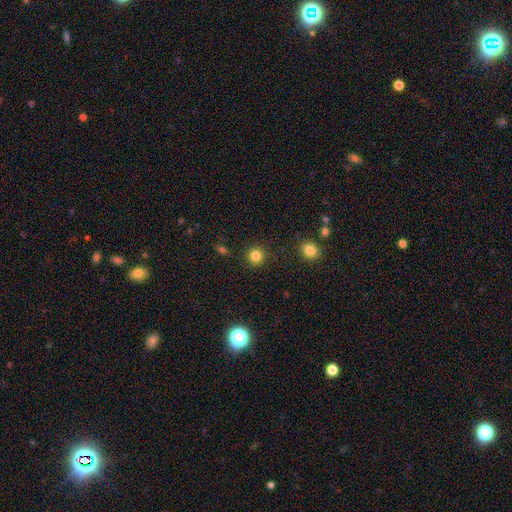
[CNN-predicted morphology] smooth 82%, star or artifact 14%, featured or disk 4%. Down the decision tree: how rounded — round (93%); merging — none (90%).